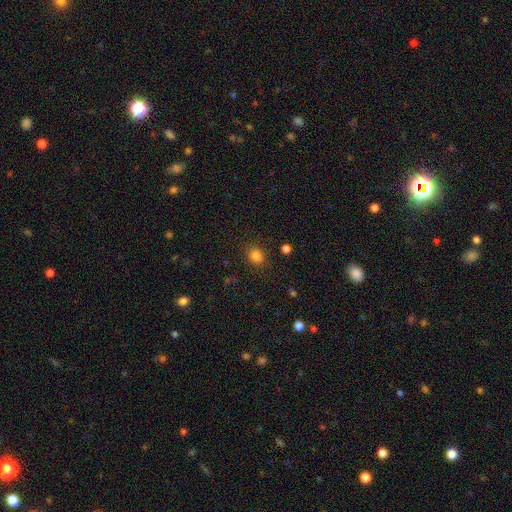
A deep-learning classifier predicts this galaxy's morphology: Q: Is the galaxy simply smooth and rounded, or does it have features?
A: smooth — 83%.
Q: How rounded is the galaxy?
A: round — 63%.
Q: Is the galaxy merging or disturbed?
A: none — 86%.